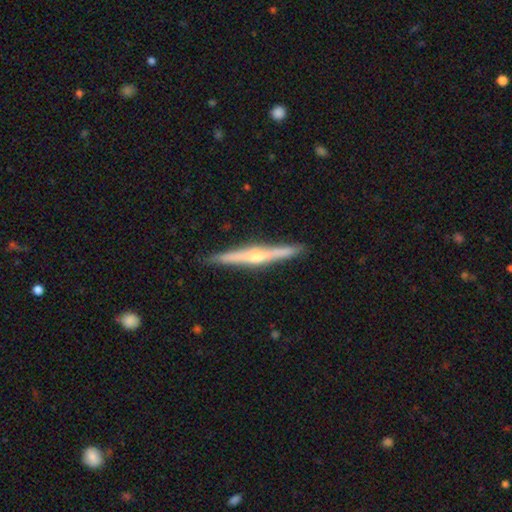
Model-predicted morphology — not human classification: This is likely a featured or disk galaxy (79%). It is clearly viewed edge-on (98%). Edge-on bulge: clearly rounded (88%). Merging: clearly none (90%).